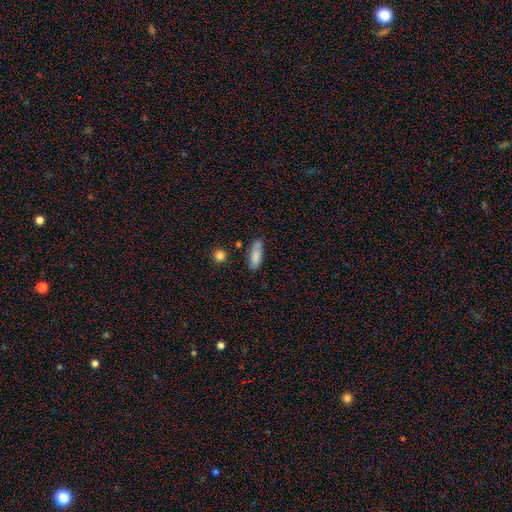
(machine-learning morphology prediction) Q: Smooth or featured?
A: smooth (83%); runner-up: featured or disk (9%)
Q: How rounded?
A: in between (70%); runner-up: cigar-shaped (28%)
Q: Merging?
A: none (70%); runner-up: minor disturbance (20%)